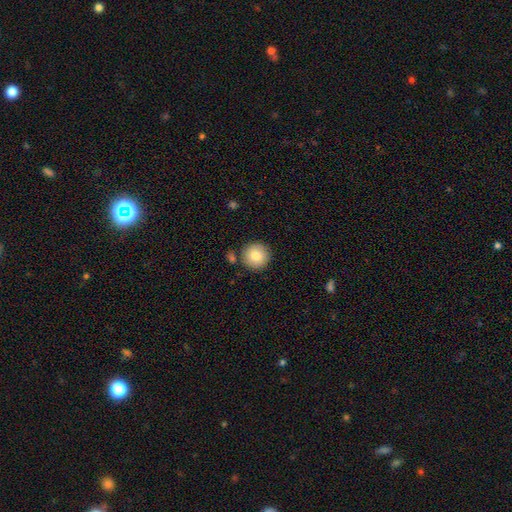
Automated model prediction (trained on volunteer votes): A smooth galaxy with no disk features (83%) that is round (95%).

Vote fractions:
- Smooth or featured? smooth: 83% / featured or disk: 9% / star or artifact: 8%
- How rounded? round: 95% / in between: 4% / cigar-shaped: 1%
- Merging? none: 83% / minor disturbance: 9% / merger: 6% / major disturbance: 2%